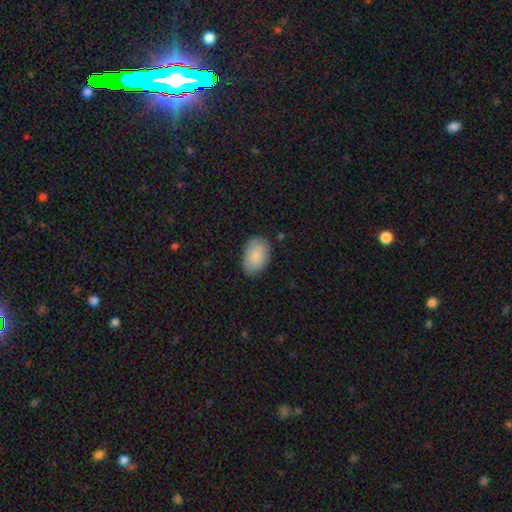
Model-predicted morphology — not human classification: smooth_or_featured: smooth (p=0.87) [alt: featured or disk p=0.07]
how_rounded: in between (p=0.88) [alt: round p=0.11]
merging: none (p=0.81) [alt: minor disturbance p=0.15]